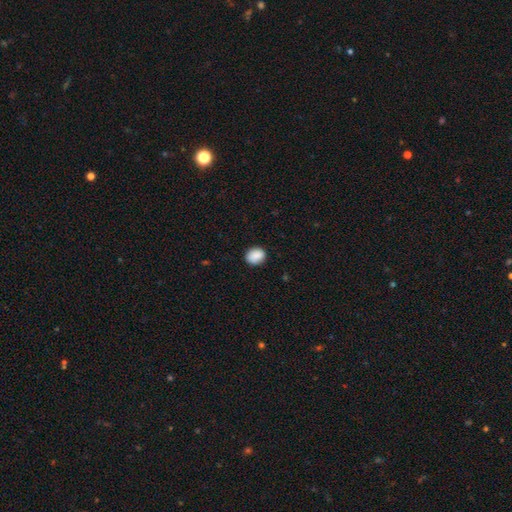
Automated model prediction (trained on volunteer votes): smooth 88%, star or artifact 8%, featured or disk 4%. Down the decision tree: how rounded — round (53%); merging — none (84%).